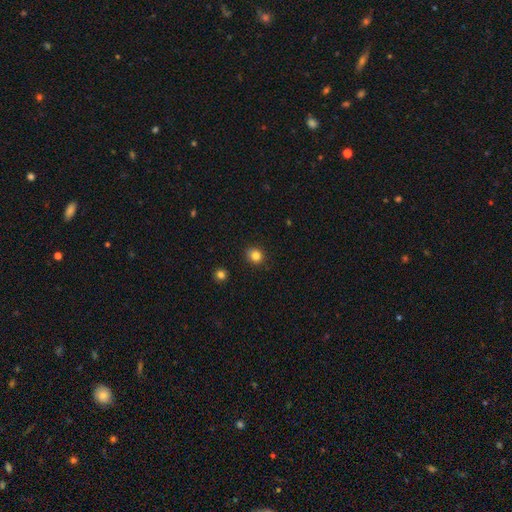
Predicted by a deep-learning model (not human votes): smooth_or_featured: smooth (p=0.83) [alt: star or artifact p=0.12]
how_rounded: round (p=0.79) [alt: in between p=0.20]
merging: none (p=0.88) [alt: minor disturbance p=0.09]